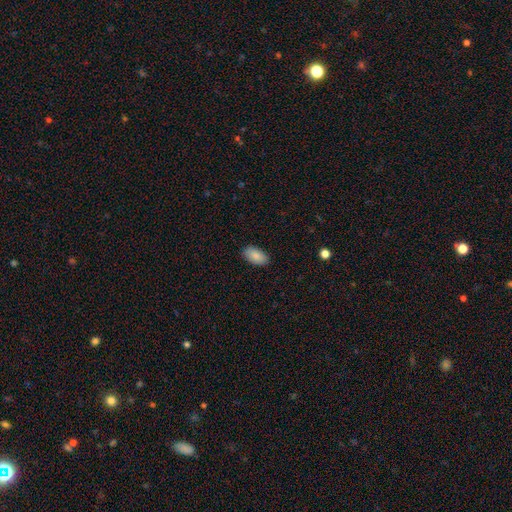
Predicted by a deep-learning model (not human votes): A smooth galaxy with no disk features (89%) that is in between round and cigar-shaped (95%).

Vote fractions:
- Smooth or featured? smooth: 89% / star or artifact: 6% / featured or disk: 5%
- How rounded? in between: 95% / round: 3% / cigar-shaped: 3%
- Merging? none: 88% / minor disturbance: 9% / major disturbance: 2% / merger: 1%